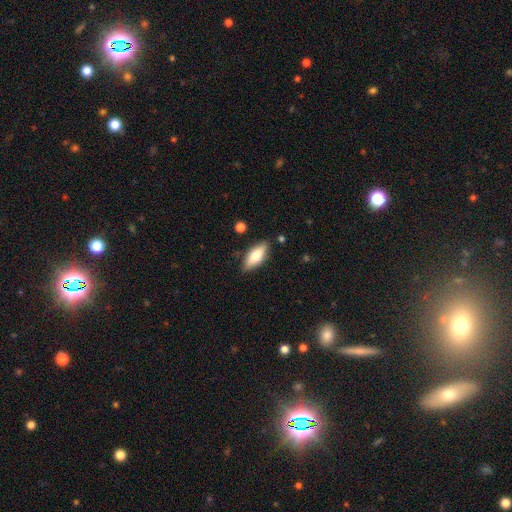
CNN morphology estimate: This appears to be a smooth galaxy with no disk features (71%) that is in between round and cigar-shaped (75%). Merging: none (83%).